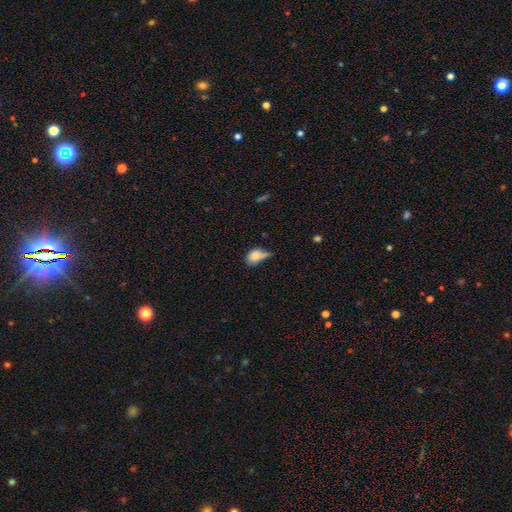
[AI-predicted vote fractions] Smooth or featured: smooth — 77% (featured or disk — 14%)
How rounded: in between — 74% (round — 23%)
Merging: minor disturbance — 40% (major disturbance — 26%)